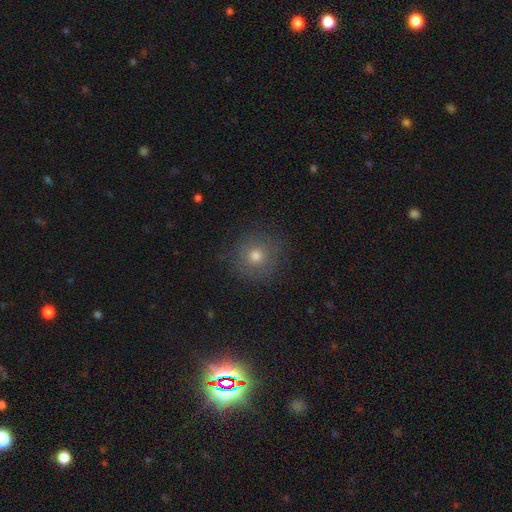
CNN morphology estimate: smooth-or-featured: smooth: 60% | star or artifact: 27% | featured or disk: 13%
  how-rounded: round: 94% | in between: 5% | cigar-shaped: 1%
  merging: none: 87% | minor disturbance: 8% | major disturbance: 3% | merger: 1%